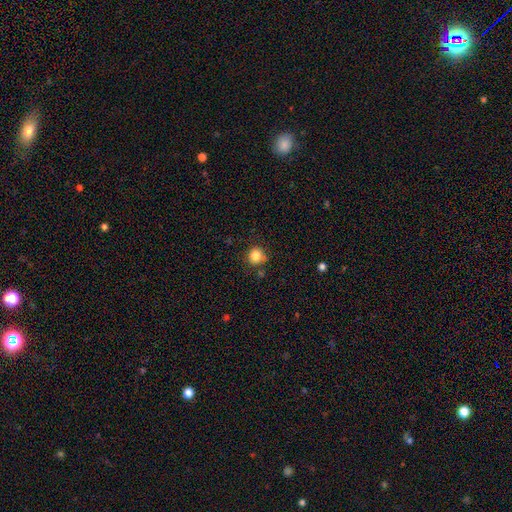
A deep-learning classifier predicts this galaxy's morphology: Smooth or featured? Predicted: smooth (p=0.85). How rounded? Predicted: round (p=0.89). Merging? Predicted: none (p=0.76).